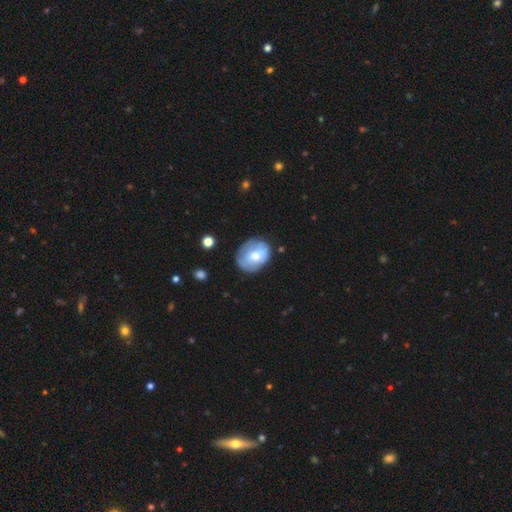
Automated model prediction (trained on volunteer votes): Smooth or featured? Predicted: smooth (p=0.53). How rounded? Predicted: in between (p=0.52). Merging? Predicted: none (p=0.62).